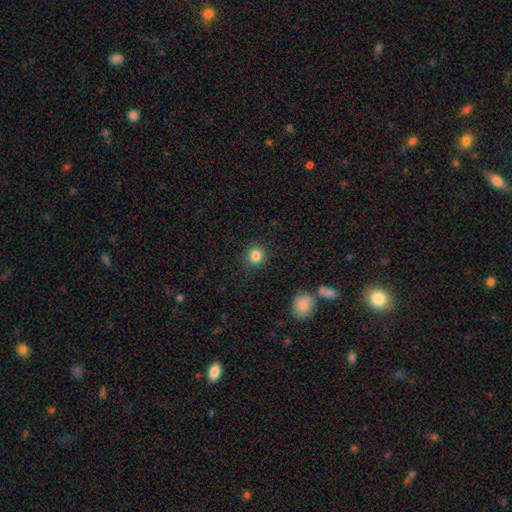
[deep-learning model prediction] Morphology: type=smooth (85%); roundness=round (86%); merging=none (88%).